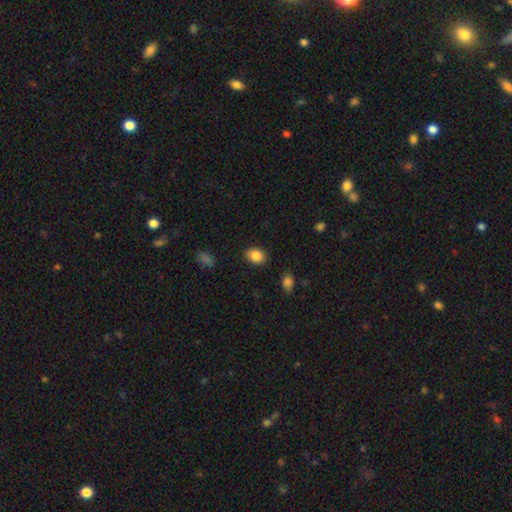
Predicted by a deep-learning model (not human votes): Morphology: type=smooth (87%); roundness=in between (67%); merging=none (84%).